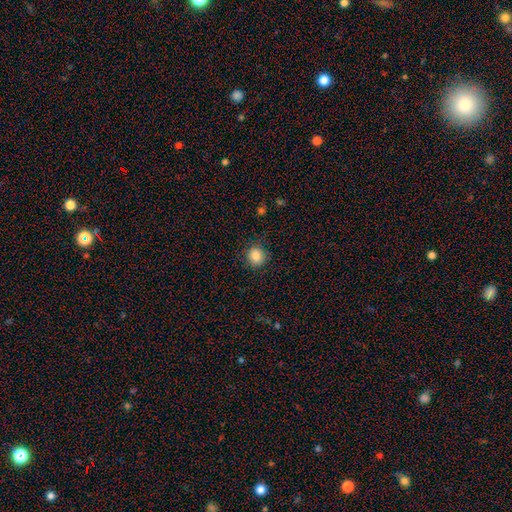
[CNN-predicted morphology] smooth 86%, star or artifact 10%, featured or disk 4%. Down the decision tree: how rounded — round (91%); merging — none (88%).